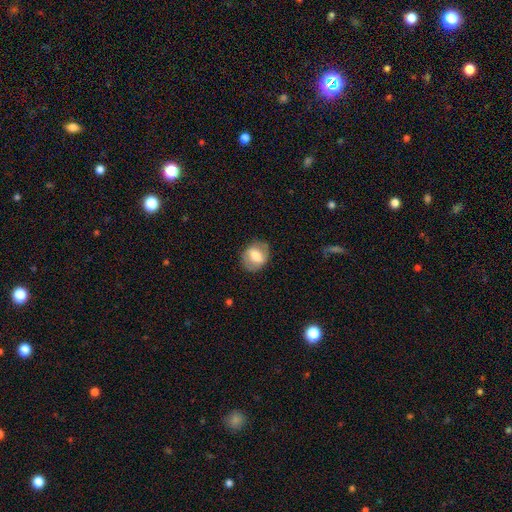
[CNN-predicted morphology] The model was most divided on "how rounded" (2-way tie): in between: 49%, round: 49%, cigar-shaped: 2%. More confident: merging — none (80%); smooth or featured — smooth (62%).